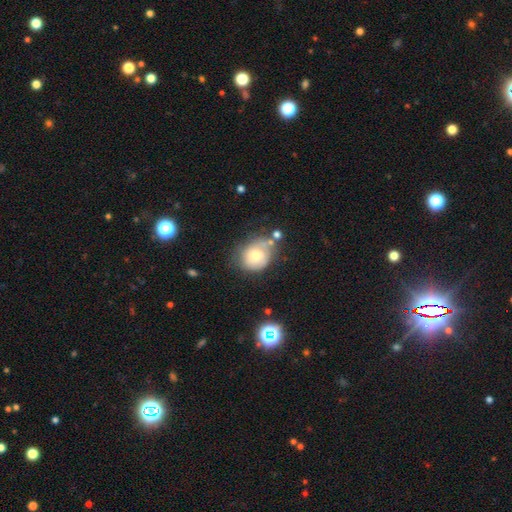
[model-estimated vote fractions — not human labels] smooth_or_featured: smooth (p=0.66) [alt: featured or disk p=0.25]
how_rounded: round (p=0.53) [alt: in between p=0.47]
merging: none (p=0.47) [alt: minor disturbance p=0.30]